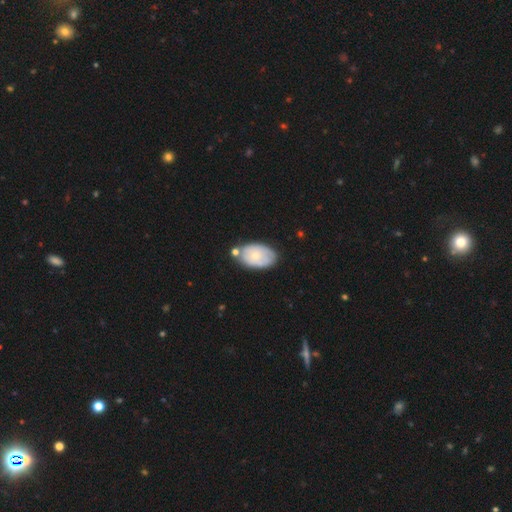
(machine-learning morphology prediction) Smooth or featured? Predicted: smooth (p=0.50). Merging? Predicted: none (p=0.62).